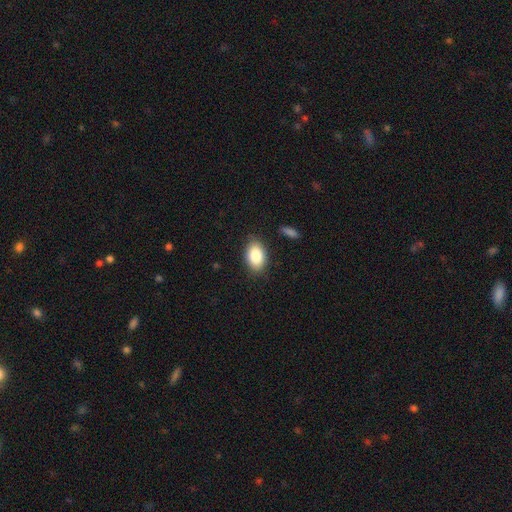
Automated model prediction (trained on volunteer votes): Morphology: type=smooth (86%); roundness=in between (88%); merging=none (84%).